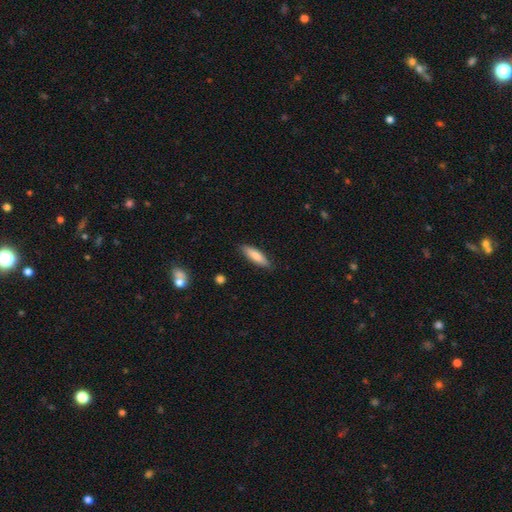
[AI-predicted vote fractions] smooth_or_featured: smooth (p=0.81) [alt: featured or disk p=0.13]
how_rounded: cigar-shaped (p=0.64) [alt: in between p=0.34]
merging: none (p=0.86) [alt: minor disturbance p=0.10]